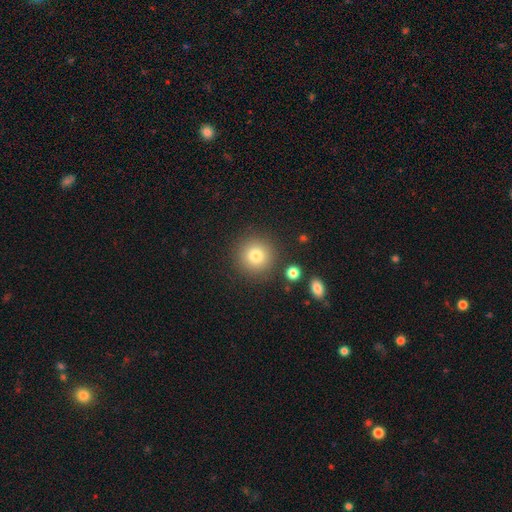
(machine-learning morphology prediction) Smooth or featured? Predicted: smooth (p=0.79). How rounded? Predicted: round (p=0.95). Merging? Predicted: none (p=0.87).